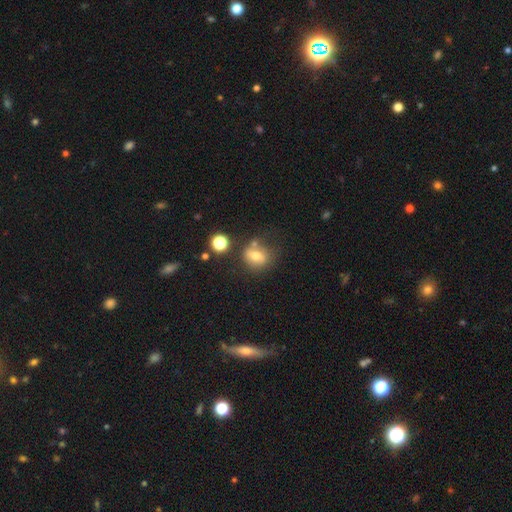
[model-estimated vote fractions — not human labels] smooth 65%, featured or disk 21%, star or artifact 13%. Down the decision tree: how rounded — round (68%); merging — none (60%).